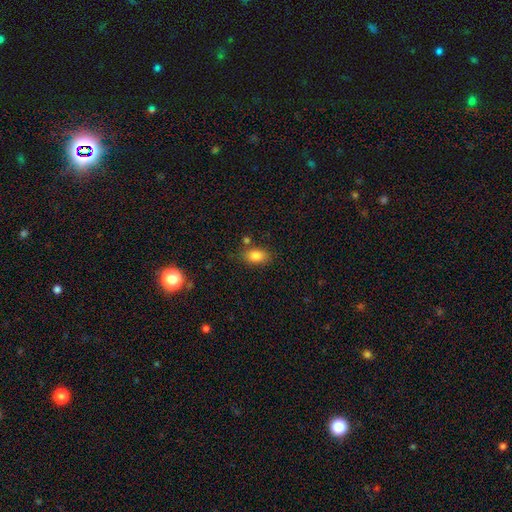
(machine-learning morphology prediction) A smooth galaxy with no disk features (83%) that is in between round and cigar-shaped (83%). Merging: none (74%).